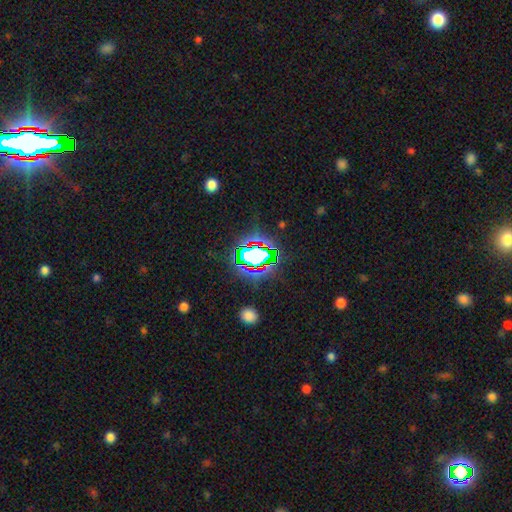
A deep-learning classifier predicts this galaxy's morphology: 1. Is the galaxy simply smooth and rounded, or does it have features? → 64% star or artifact, 21% smooth, 15% featured or disk.